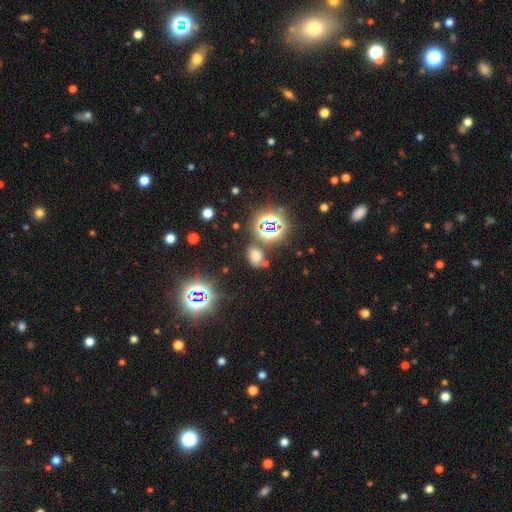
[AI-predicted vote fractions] Q: Smooth or featured?
A: smooth (53%); runner-up: star or artifact (39%)
Q: How rounded?
A: in between (68%); runner-up: round (30%)
Q: Merging?
A: none (75%); runner-up: minor disturbance (12%)